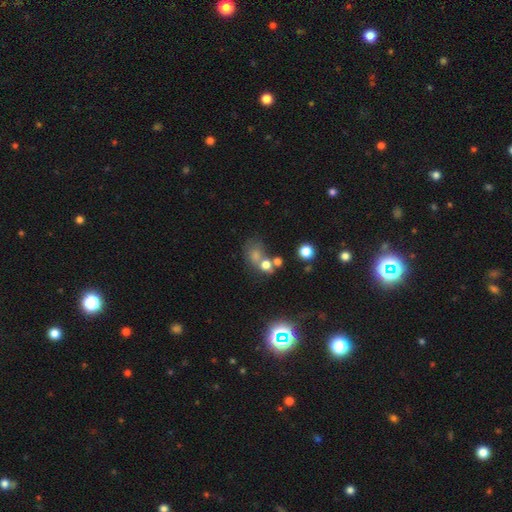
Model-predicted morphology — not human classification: smooth 50%, star or artifact 33%, featured or disk 17%. Down the decision tree: merging — merger (40%).